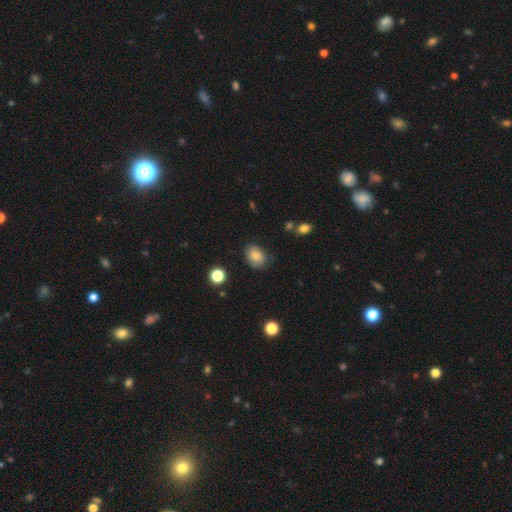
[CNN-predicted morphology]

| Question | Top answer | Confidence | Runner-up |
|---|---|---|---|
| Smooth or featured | smooth | 82% | star or artifact (10%) |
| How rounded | in between | 66% | round (33%) |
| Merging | none | 77% | minor disturbance (18%) |